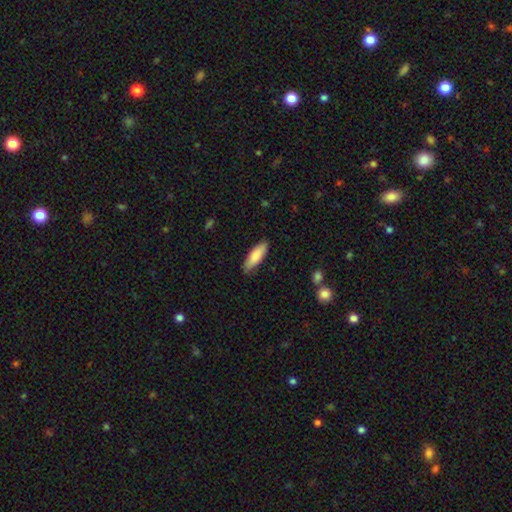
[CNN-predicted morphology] Smooth or featured?
  - smooth: 83% *
  - featured or disk: 11%
  - star or artifact: 5%
How rounded?
  - in between: 51% *
  - cigar-shaped: 48%
  - round: 2%
Merging?
  - none: 84% *
  - minor disturbance: 13%
  - major disturbance: 2%
  - merger: 1%